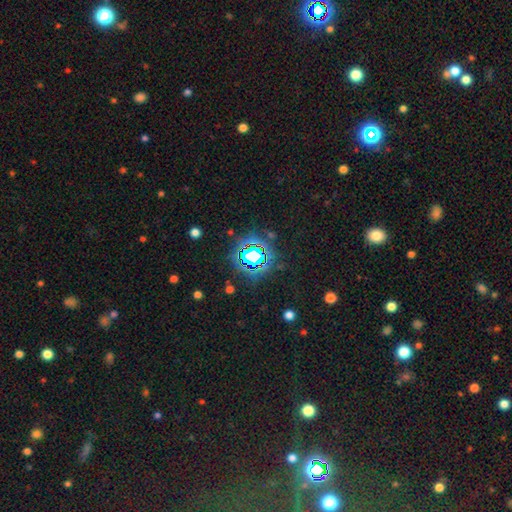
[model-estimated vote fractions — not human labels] Smooth or featured? Predicted: star or artifact (p=0.71).